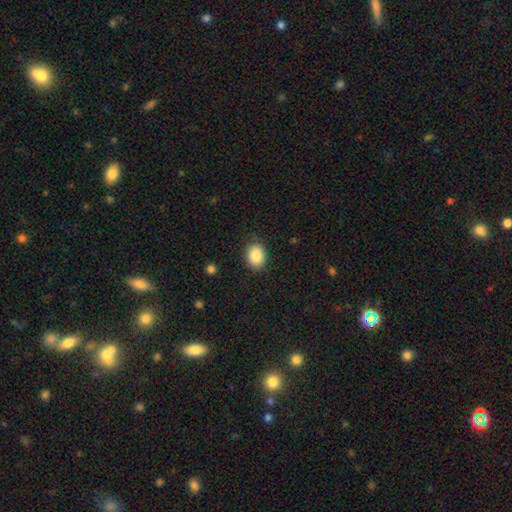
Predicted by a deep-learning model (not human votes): This appears to be a smooth galaxy with no disk features (88%) that is in between round and cigar-shaped (62%). Merging: none (85%).